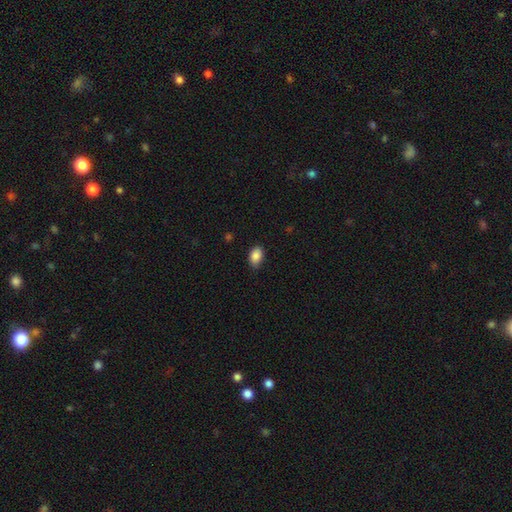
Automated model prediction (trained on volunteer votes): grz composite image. It shows a smooth galaxy with no disk features (87%) that is in between round and cigar-shaped (87%). Merging: none (78%).